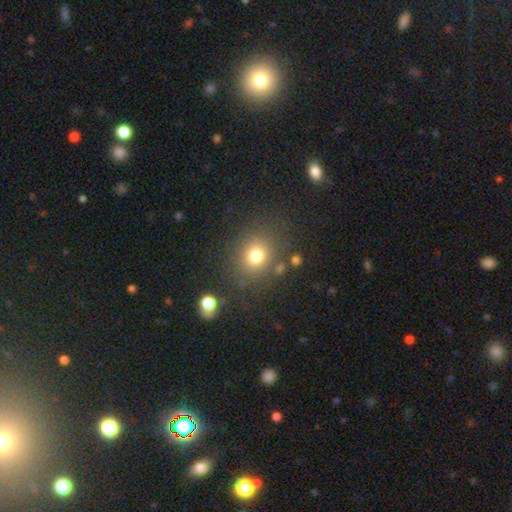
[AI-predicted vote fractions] smooth_or_featured: smooth (p=0.75) [alt: star or artifact p=0.16]
how_rounded: round (p=0.76) [alt: in between p=0.23]
merging: none (p=0.81) [alt: minor disturbance p=0.10]